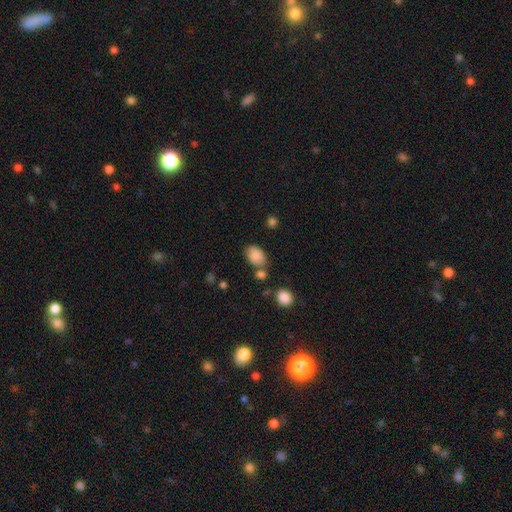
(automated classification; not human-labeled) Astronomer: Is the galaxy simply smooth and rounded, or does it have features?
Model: smooth — 86%.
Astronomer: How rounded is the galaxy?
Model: in between — 83%.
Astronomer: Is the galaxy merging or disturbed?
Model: none — 65%.